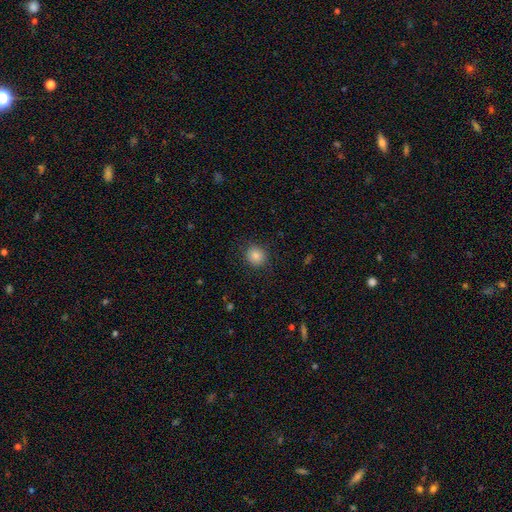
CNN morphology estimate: smooth_or_featured: smooth (p=0.84) [alt: star or artifact p=0.11]
how_rounded: round (p=0.87) [alt: in between p=0.12]
merging: none (p=0.88) [alt: minor disturbance p=0.08]